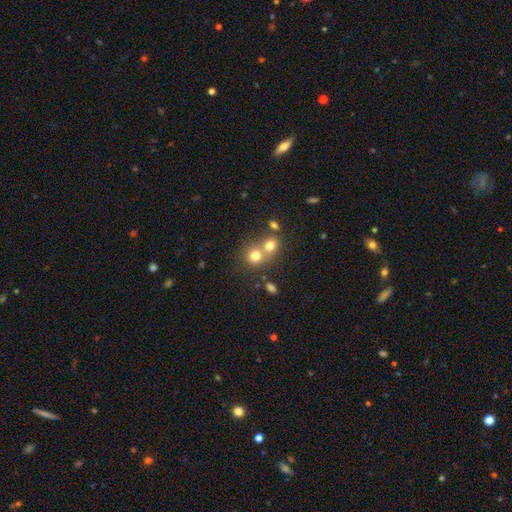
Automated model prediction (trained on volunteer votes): smooth-or-featured: smooth: 75% | star or artifact: 13% | featured or disk: 11%
  how-rounded: round: 81% | in between: 18% | cigar-shaped: 1%
  merging: merger: 51% | none: 40% | minor disturbance: 6% | major disturbance: 3%